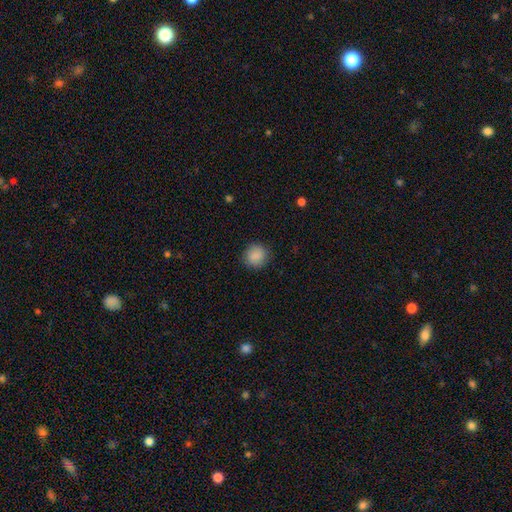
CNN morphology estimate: Overall: smooth (89%). How rounded: round (89%). Merging: none (88%).